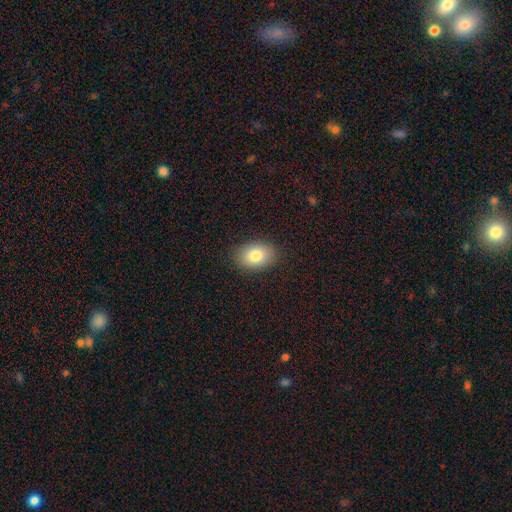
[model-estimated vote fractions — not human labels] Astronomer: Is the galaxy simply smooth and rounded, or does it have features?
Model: smooth — 82%.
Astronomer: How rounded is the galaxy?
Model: in between — 79%.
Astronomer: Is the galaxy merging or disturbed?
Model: none — 88%.